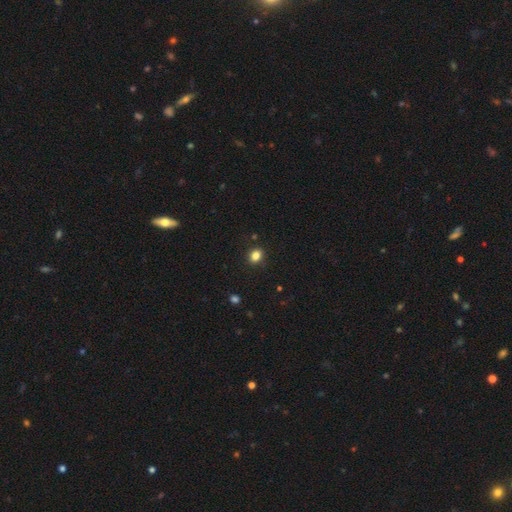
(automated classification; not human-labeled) smooth 84%, star or artifact 11%, featured or disk 5%. Down the decision tree: how rounded — round (52%); merging — none (88%).